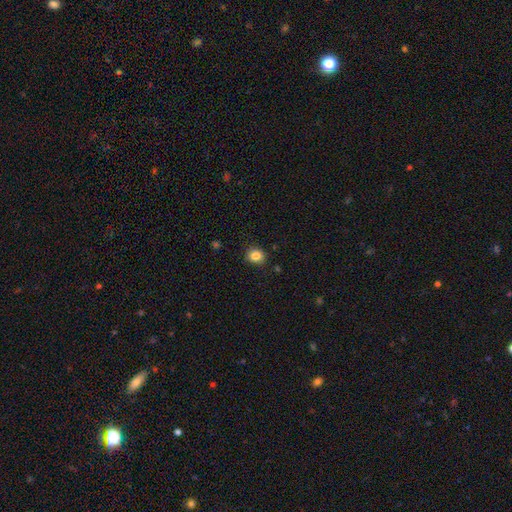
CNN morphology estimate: A smooth galaxy with no disk features (85%) that is round (76%).

Vote fractions:
- Smooth or featured? smooth: 85% / star or artifact: 11% / featured or disk: 5%
- How rounded? round: 76% / in between: 23% / cigar-shaped: 1%
- Merging? none: 87% / minor disturbance: 9% / major disturbance: 2% / merger: 1%